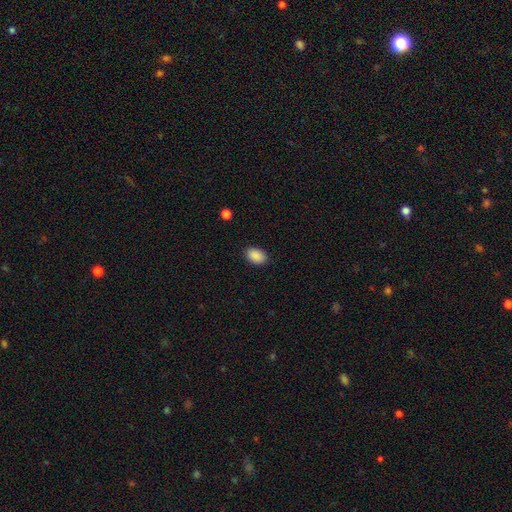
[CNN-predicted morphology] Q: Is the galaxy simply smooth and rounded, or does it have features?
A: smooth — 90%.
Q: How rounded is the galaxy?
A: in between — 87%.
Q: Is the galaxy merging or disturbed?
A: none — 88%.